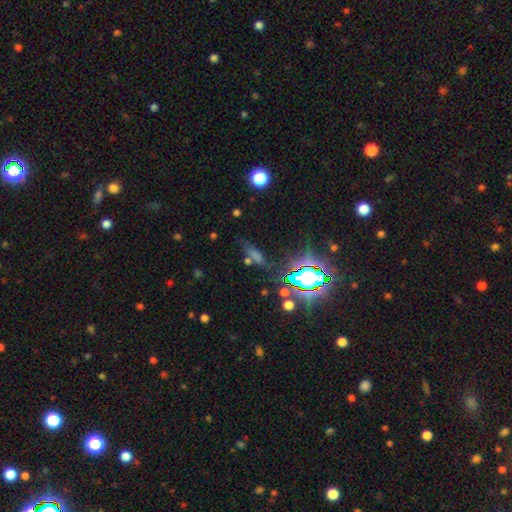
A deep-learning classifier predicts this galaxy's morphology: Q: Smooth or featured?
A: star or artifact (43%); runner-up: smooth (39%)